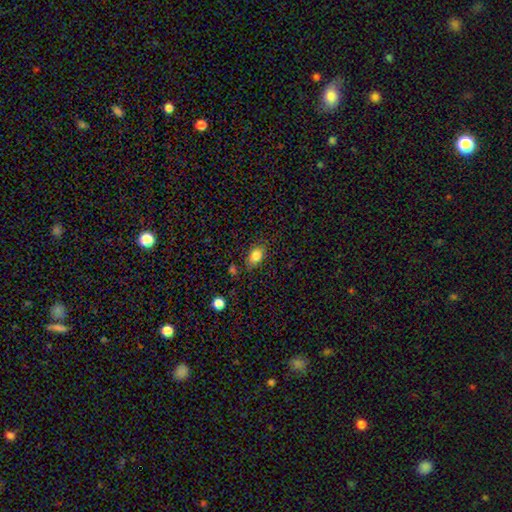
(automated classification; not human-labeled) Smooth or featured? Predicted: smooth (p=0.83). How rounded? Predicted: in between (p=0.77). Merging? Predicted: none (p=0.78).